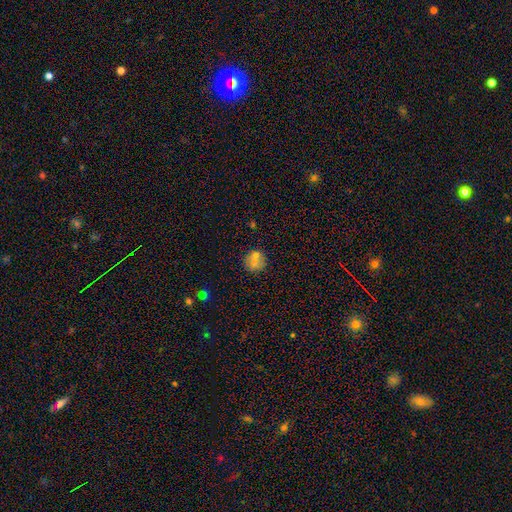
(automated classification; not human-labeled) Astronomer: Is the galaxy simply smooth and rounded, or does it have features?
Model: smooth — 47% (runner-up: star or artifact, 37%).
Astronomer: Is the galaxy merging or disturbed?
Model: none — 71%.